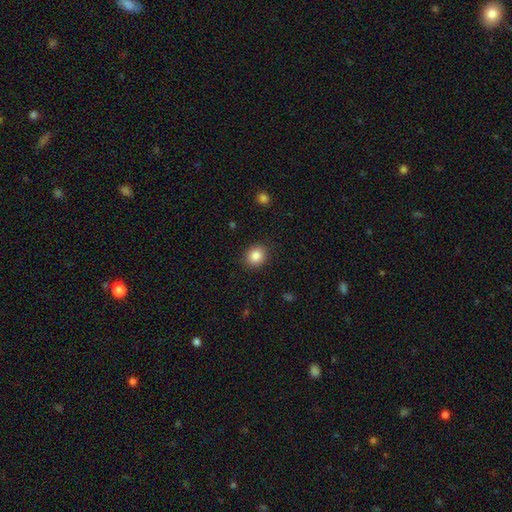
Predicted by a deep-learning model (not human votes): Smooth or featured? smooth (86%)
How rounded? round (77%)
Merging? none (89%)